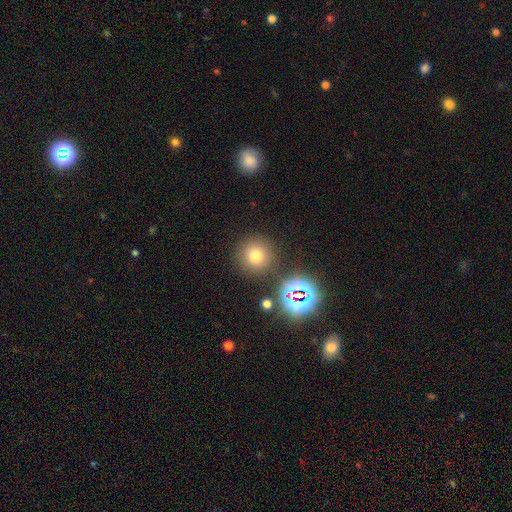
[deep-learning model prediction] Smooth or featured? Predicted: smooth (p=0.72). How rounded? Predicted: round (p=0.94). Merging? Predicted: none (p=0.84).